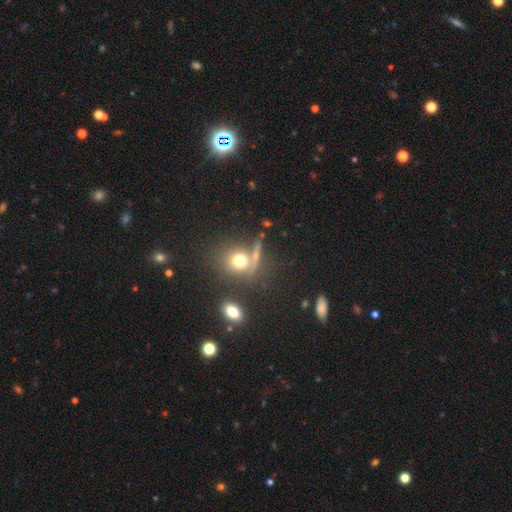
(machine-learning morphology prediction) smooth 58%, star or artifact 25%, featured or disk 17%. Down the decision tree: how rounded — round (76%); merging — none (65%).